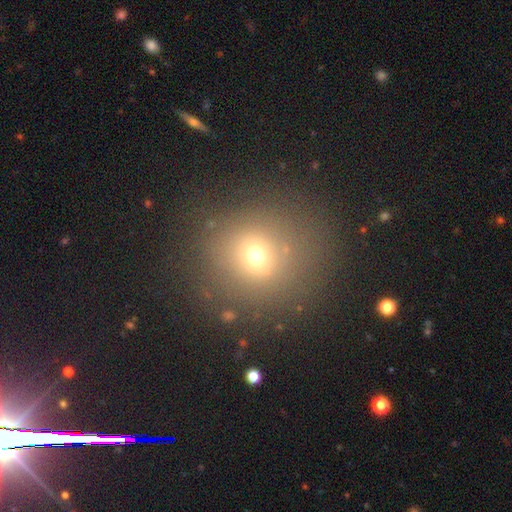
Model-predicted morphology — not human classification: The model was most divided on "smooth or featured": smooth: 67%, star or artifact: 21%, featured or disk: 12%. More confident: how rounded — round (86%); merging — none (80%).